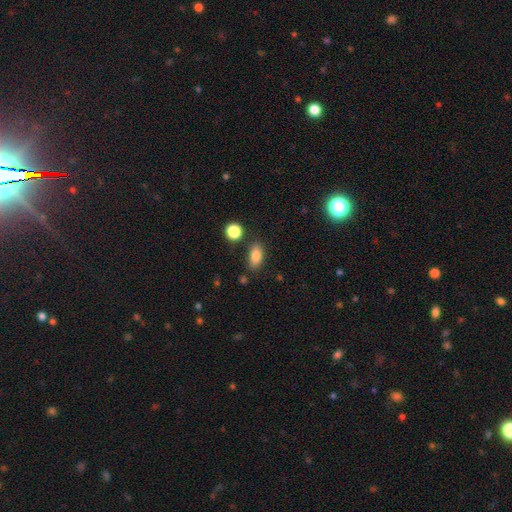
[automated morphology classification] A smooth galaxy with no disk features (83%) that is in between round and cigar-shaped (86%). Merging: none (80%).